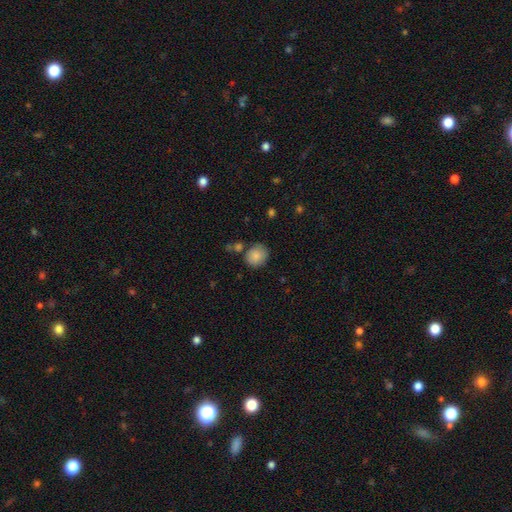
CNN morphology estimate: Smooth or featured: smooth — 85% (star or artifact — 8%)
How rounded: round — 79% (in between — 20%)
Merging: none — 75% (minor disturbance — 14%)